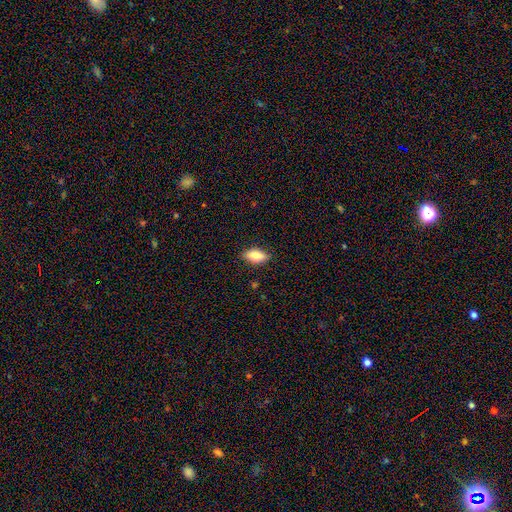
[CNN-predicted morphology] type=smooth (77%); roundness=in between (83%); merging=none (86%).